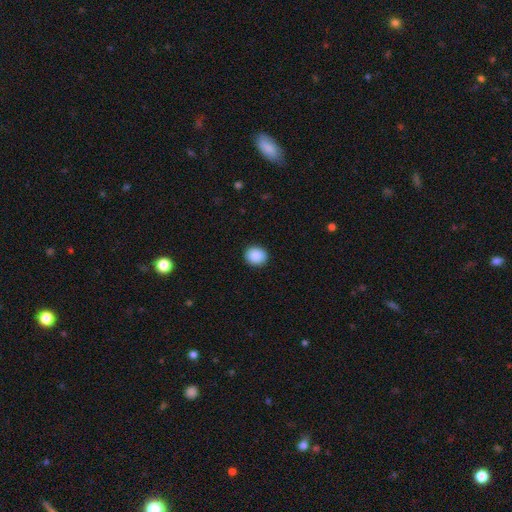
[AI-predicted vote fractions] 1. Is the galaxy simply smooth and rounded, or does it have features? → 89% smooth, 8% star or artifact, 3% featured or disk.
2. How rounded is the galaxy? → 77% round, 22% in between, 1% cigar-shaped.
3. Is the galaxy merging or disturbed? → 91% none, 6% minor disturbance, 2% major disturbance, 1% merger.